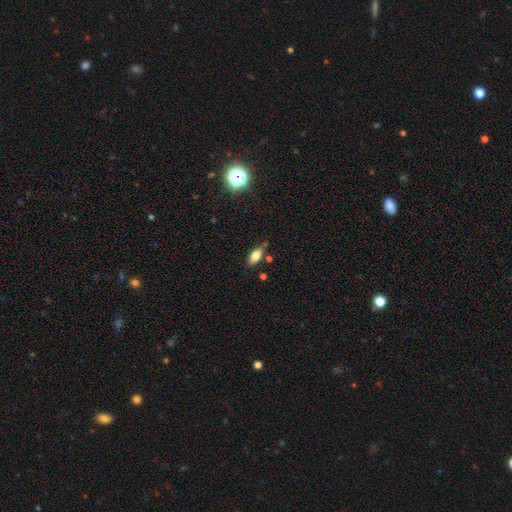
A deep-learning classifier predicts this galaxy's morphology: Smooth or featured? smooth (77%)
How rounded? in between (85%)
Merging? none (73%)